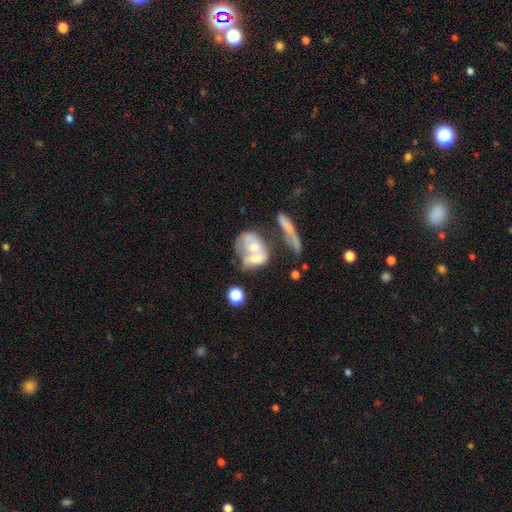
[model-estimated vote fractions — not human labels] smooth-or-featured: featured or disk: 50% | smooth: 41% | star or artifact: 9%
  merging: merger: 57% | major disturbance: 19% | none: 14% | minor disturbance: 10%